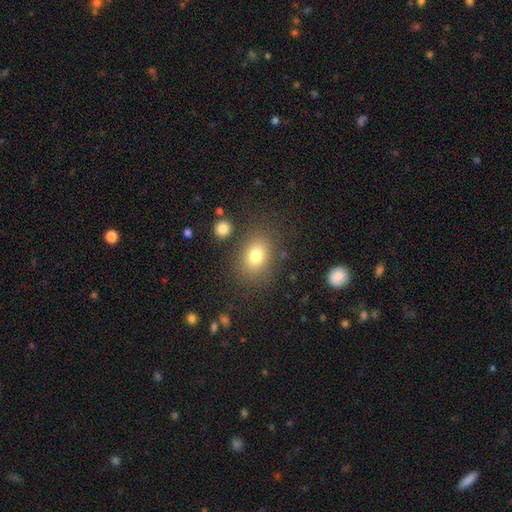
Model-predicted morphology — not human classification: This is likely a smooth galaxy (78%). How rounded: likely in between (64%). Merging: likely none (80%).